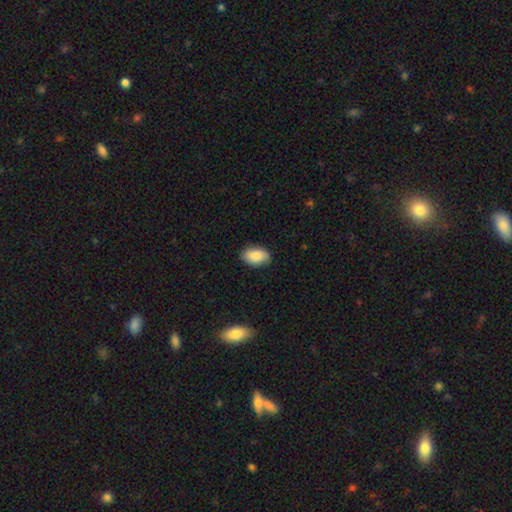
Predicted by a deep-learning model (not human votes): Morphology: type=smooth (84%); roundness=in between (91%); merging=none (82%).